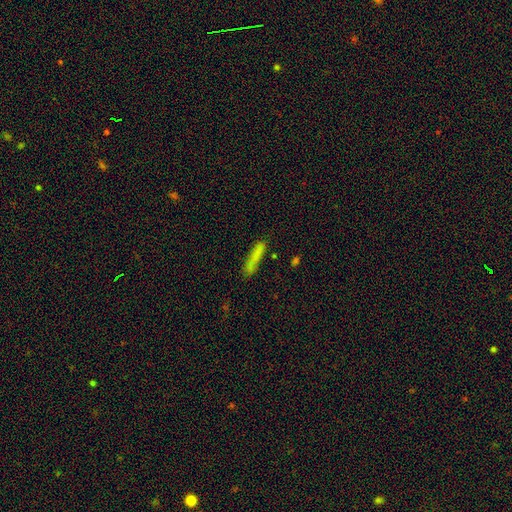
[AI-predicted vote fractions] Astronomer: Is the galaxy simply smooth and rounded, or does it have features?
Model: smooth — 78%.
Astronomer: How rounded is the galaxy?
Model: cigar-shaped — 91%.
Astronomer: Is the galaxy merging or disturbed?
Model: none — 78%.